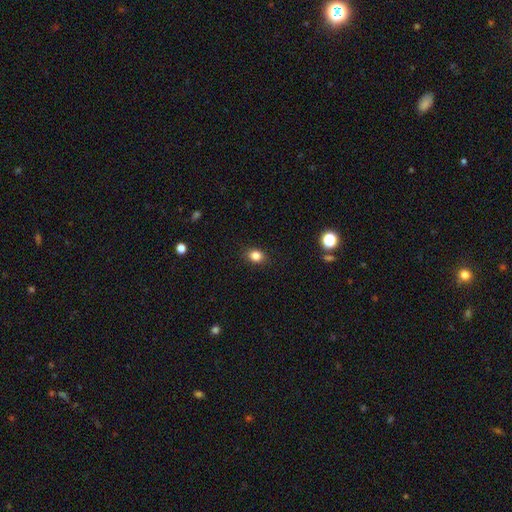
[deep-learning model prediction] smooth-or-featured: smooth: 84% | star or artifact: 11% | featured or disk: 5%
  how-rounded: in between: 50% | round: 48% | cigar-shaped: 1%
  merging: none: 88% | minor disturbance: 9% | major disturbance: 2% | merger: 1%